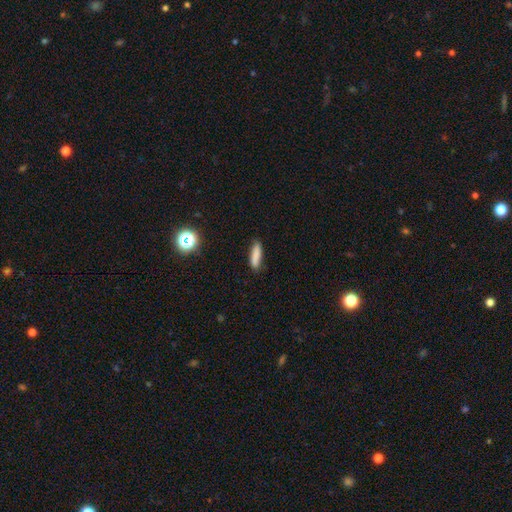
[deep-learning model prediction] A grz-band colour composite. It shows a smooth galaxy with no disk features (82%) that is cigar-shaped (68%). Merging: none (82%).